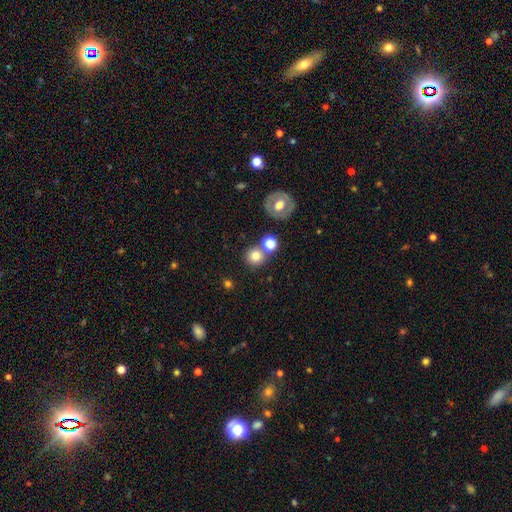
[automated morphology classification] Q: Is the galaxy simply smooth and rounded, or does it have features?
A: smooth — 76%.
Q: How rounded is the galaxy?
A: round — 89%.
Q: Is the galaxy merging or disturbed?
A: none — 70%.